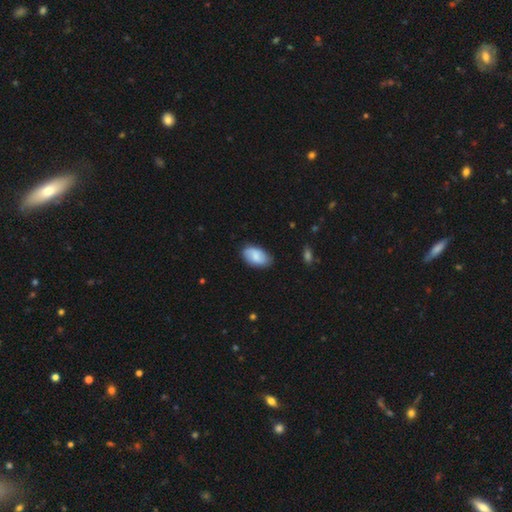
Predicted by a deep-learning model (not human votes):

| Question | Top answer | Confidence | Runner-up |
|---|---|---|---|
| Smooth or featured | smooth | 72% | featured or disk (22%) |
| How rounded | in between | 94% | round (4%) |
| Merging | none | 79% | minor disturbance (16%) |